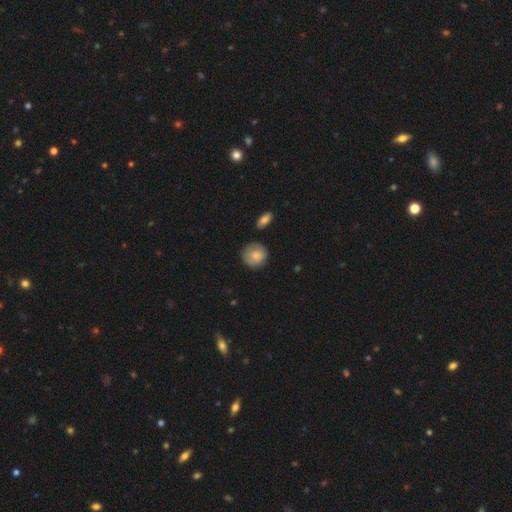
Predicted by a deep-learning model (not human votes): This appears to be a smooth galaxy with no disk features (79%) that is round (87%). Merging: none (74%).